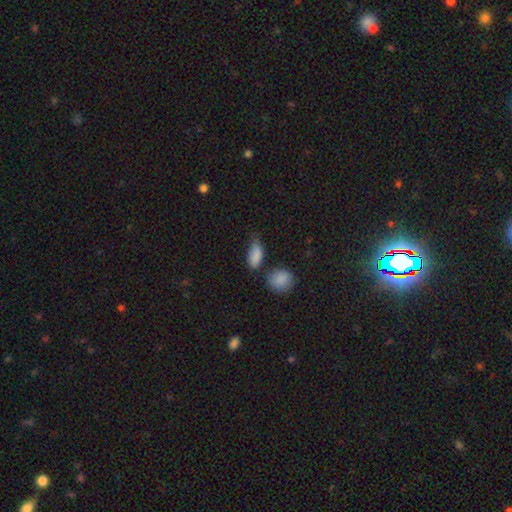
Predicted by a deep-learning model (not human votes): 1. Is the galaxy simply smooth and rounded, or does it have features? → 86% smooth, 8% star or artifact, 5% featured or disk.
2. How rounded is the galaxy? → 86% in between, 8% cigar-shaped, 6% round.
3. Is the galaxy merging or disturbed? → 50% none, 32% minor disturbance, 10% merger, 8% major disturbance.